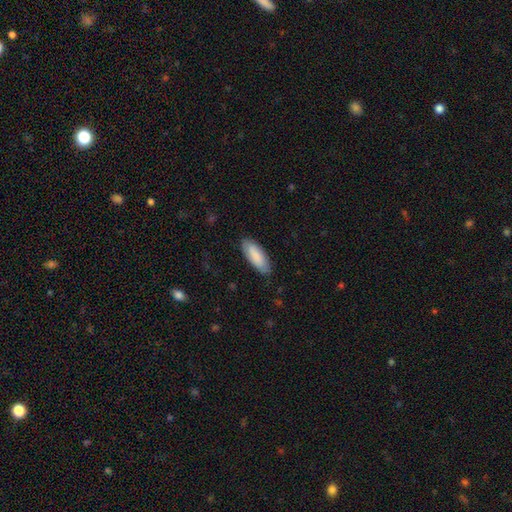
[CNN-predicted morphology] smooth-or-featured: smooth: 87% | featured or disk: 8% | star or artifact: 5%
  how-rounded: in between: 76% | cigar-shaped: 23% | round: 1%
  merging: none: 84% | minor disturbance: 13% | major disturbance: 2% | merger: 1%